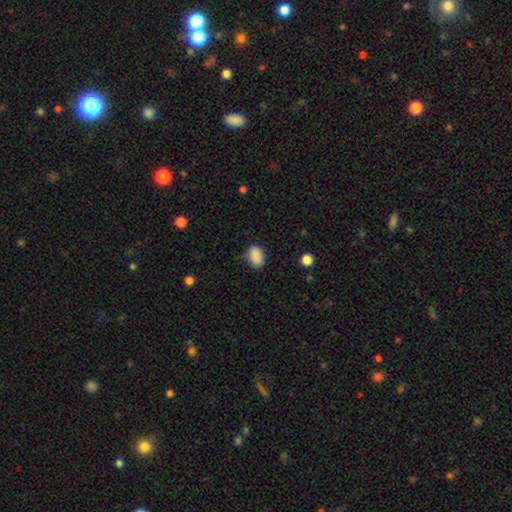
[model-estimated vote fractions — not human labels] smooth_or_featured: smooth (p=0.88) [alt: star or artifact p=0.09]
how_rounded: in between (p=0.83) [alt: round p=0.16]
merging: none (p=0.70) [alt: minor disturbance p=0.23]